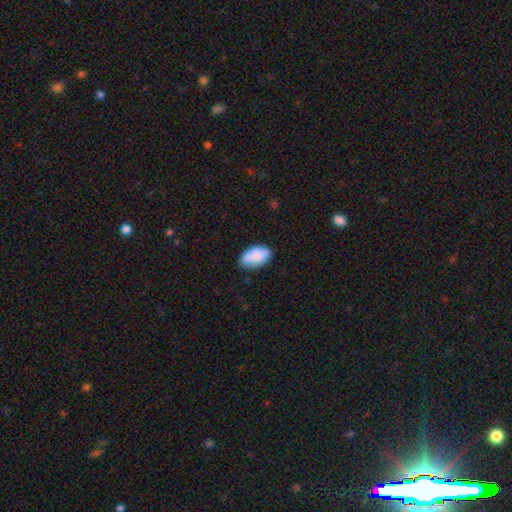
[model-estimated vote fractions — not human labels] Smooth or featured?
  - smooth: 84% *
  - featured or disk: 10%
  - star or artifact: 7%
How rounded?
  - in between: 94% *
  - round: 5%
  - cigar-shaped: 2%
Merging?
  - none: 74% *
  - minor disturbance: 20%
  - major disturbance: 4%
  - merger: 2%